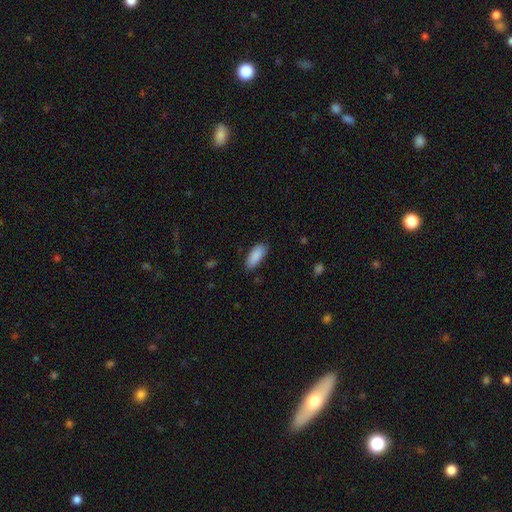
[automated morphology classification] A smooth galaxy with no disk features (90%) that is in between round and cigar-shaped (81%). Merging: none (83%).